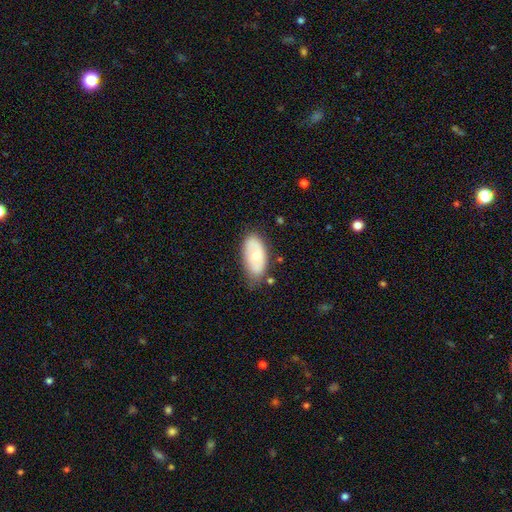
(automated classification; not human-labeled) smooth 59%, featured or disk 34%, star or artifact 6%. Down the decision tree: how rounded — in between (92%); merging — none (65%).